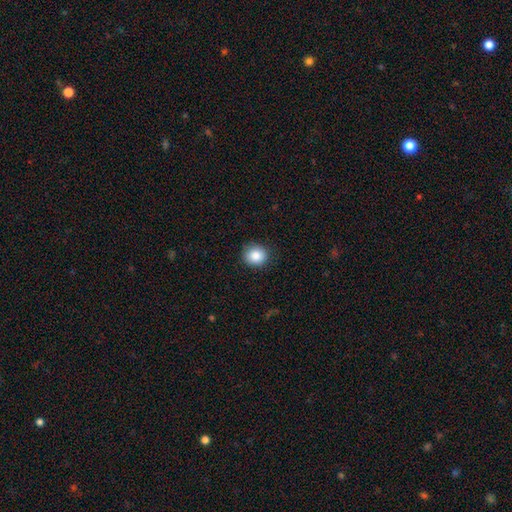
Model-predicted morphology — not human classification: Smooth or featured: smooth — 86% (star or artifact — 9%)
How rounded: round — 83% (in between — 16%)
Merging: none — 87% (minor disturbance — 9%)